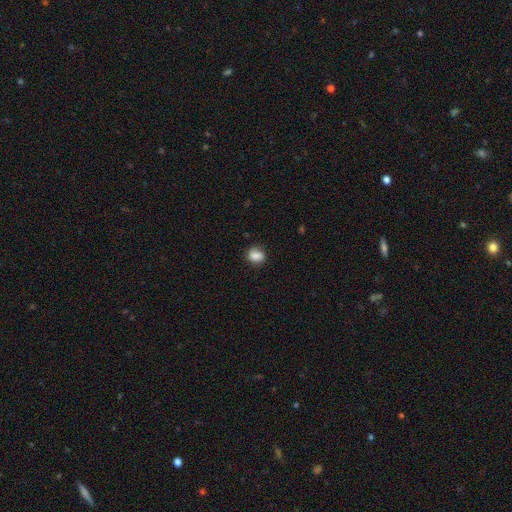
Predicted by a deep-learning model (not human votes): The model was most divided on "how rounded": round: 55%, in between: 43%, cigar-shaped: 1%. More confident: smooth or featured — smooth (83%); merging — none (77%).